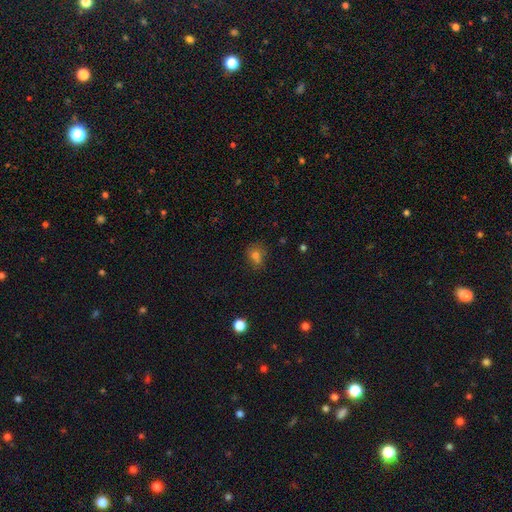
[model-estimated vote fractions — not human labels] A smooth galaxy with no disk features (70%) that is round (63%).

Vote fractions:
- Smooth or featured? smooth: 70% / star or artifact: 18% / featured or disk: 12%
- How rounded? round: 63% / in between: 36% / cigar-shaped: 1%
- Merging? none: 58% / minor disturbance: 20% / merger: 15% / major disturbance: 7%